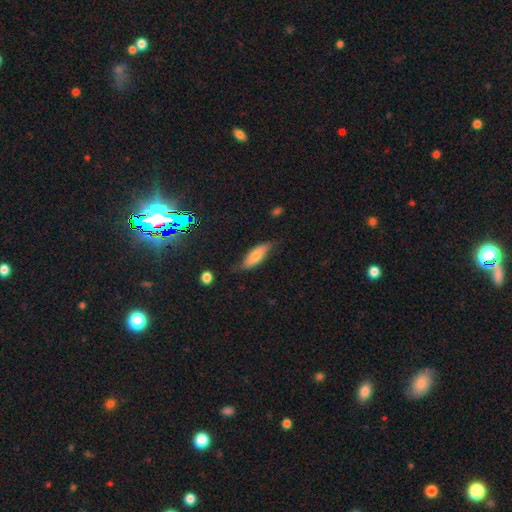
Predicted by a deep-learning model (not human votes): Smooth or featured? smooth (67%)
How rounded? in between (69%)
Merging? none (65%)